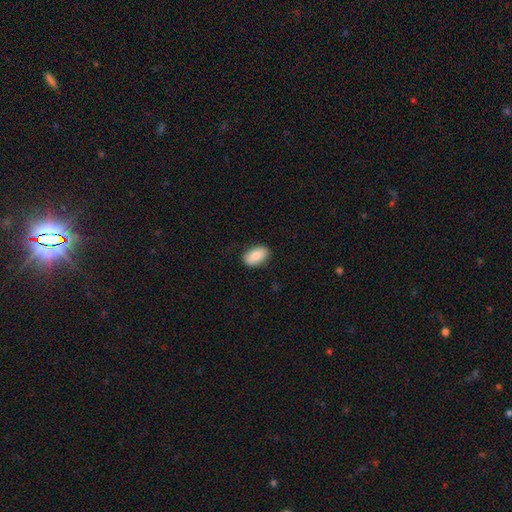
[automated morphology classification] Smooth or featured? smooth (82%)
How rounded? in between (92%)
Merging? none (85%)